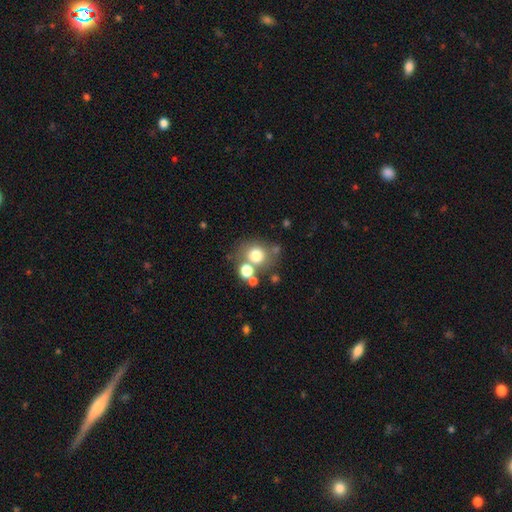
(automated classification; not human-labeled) Smooth or featured? smooth (73%)
How rounded? round (82%)
Merging? none (60%)